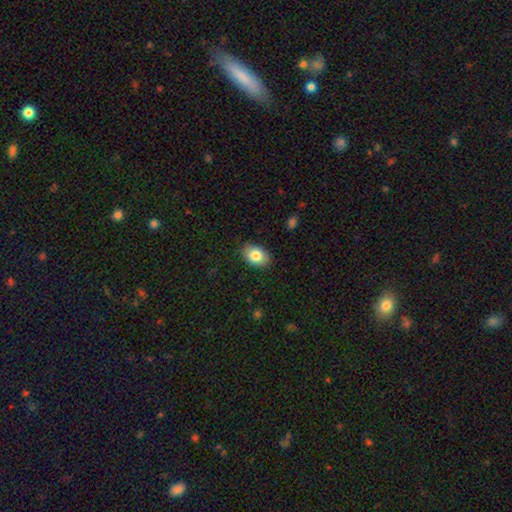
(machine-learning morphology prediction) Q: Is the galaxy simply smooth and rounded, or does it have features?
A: smooth — 83%.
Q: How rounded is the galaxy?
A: in between — 83%.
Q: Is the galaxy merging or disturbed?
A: none — 86%.